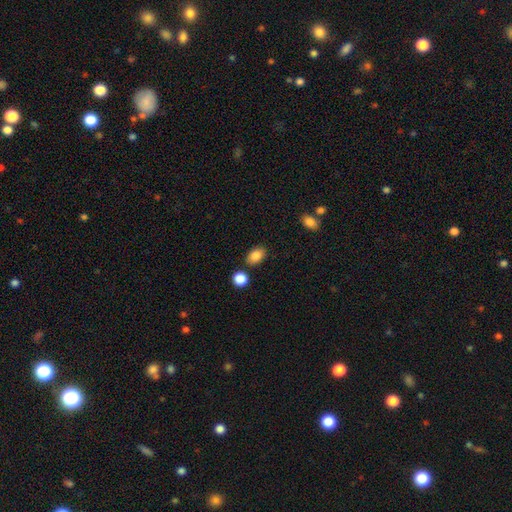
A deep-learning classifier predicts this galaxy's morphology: Smooth or featured? smooth (86%)
How rounded? in between (82%)
Merging? none (81%)